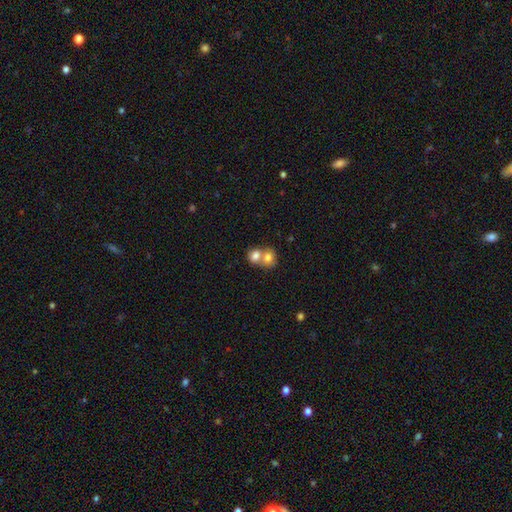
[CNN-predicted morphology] smooth_or_featured: smooth (p=0.76) [alt: featured or disk p=0.15]
how_rounded: round (p=0.65) [alt: in between p=0.34]
merging: merger (p=0.70) [alt: none p=0.23]